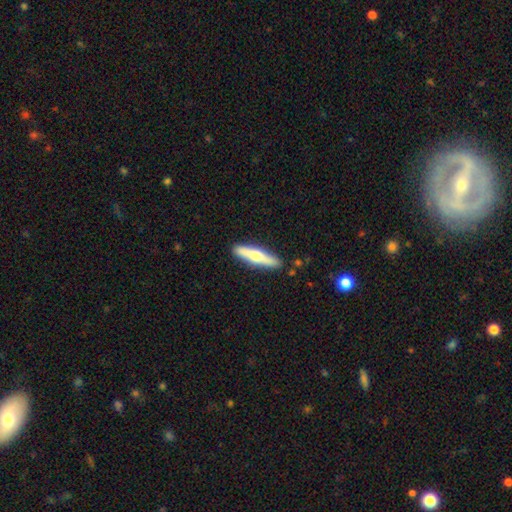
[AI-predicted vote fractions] Smooth or featured?
  - smooth: 51% *
  - featured or disk: 44%
  - star or artifact: 5%
How rounded?
  - cigar-shaped: 83% *
  - in between: 16%
  - round: 2%
Merging?
  - none: 88% *
  - minor disturbance: 8%
  - merger: 2%
  - major disturbance: 2%